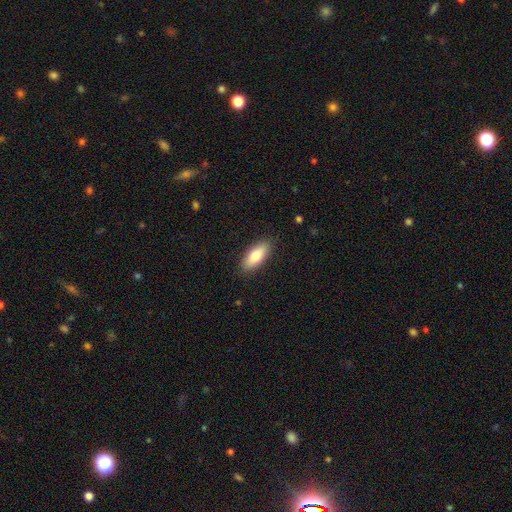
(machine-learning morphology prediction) Smooth or featured? Predicted: smooth (p=0.78). How rounded? Predicted: in between (p=0.79). Merging? Predicted: none (p=0.88).